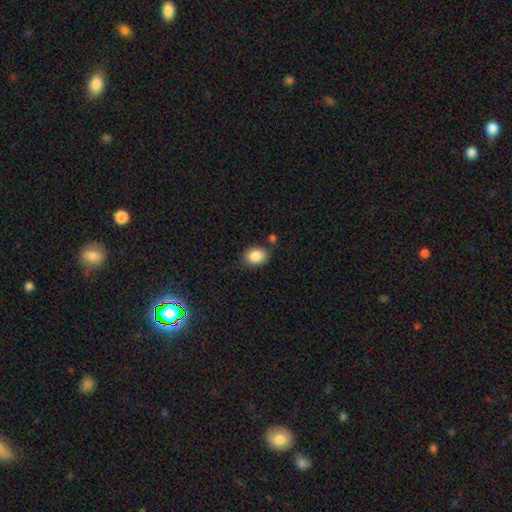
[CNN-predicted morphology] This appears to be a smooth galaxy with no disk features (87%) that is in between round and cigar-shaped (63%). Merging: none (78%).